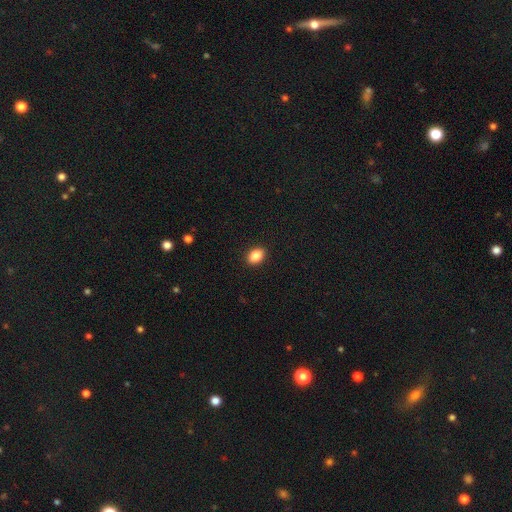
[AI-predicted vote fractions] Smooth or featured?
  - smooth: 88% *
  - star or artifact: 8%
  - featured or disk: 4%
How rounded?
  - in between: 78% *
  - round: 20%
  - cigar-shaped: 1%
Merging?
  - none: 91% *
  - minor disturbance: 6%
  - major disturbance: 2%
  - merger: 1%